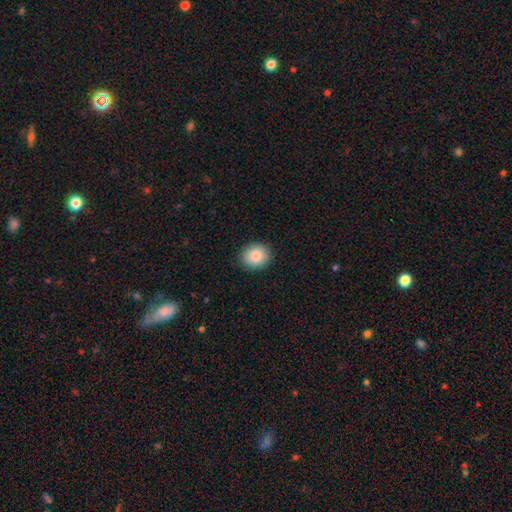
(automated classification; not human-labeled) smooth 86%, star or artifact 8%, featured or disk 6%. Down the decision tree: how rounded — round (71%); merging — none (90%).